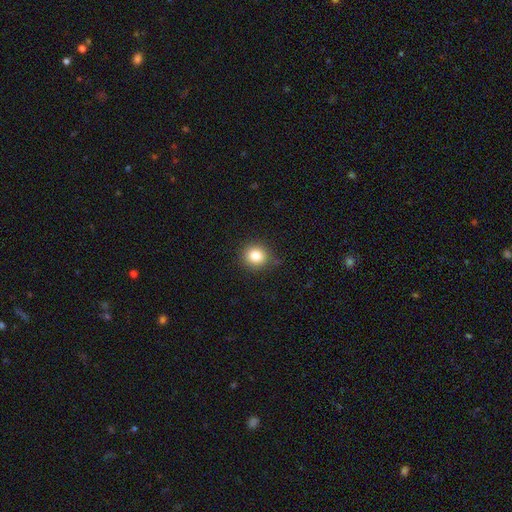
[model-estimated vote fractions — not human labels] Smooth or featured?
  - smooth: 82% *
  - star or artifact: 11%
  - featured or disk: 7%
How rounded?
  - round: 89% *
  - in between: 10%
  - cigar-shaped: 1%
Merging?
  - none: 87% *
  - minor disturbance: 10%
  - major disturbance: 2%
  - merger: 1%